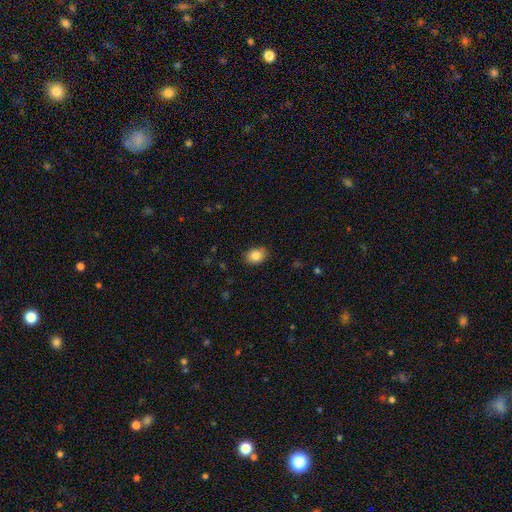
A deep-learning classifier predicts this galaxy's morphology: Smooth or featured? Predicted: smooth (p=0.85). How rounded? Predicted: in between (p=0.69). Merging? Predicted: none (p=0.85).